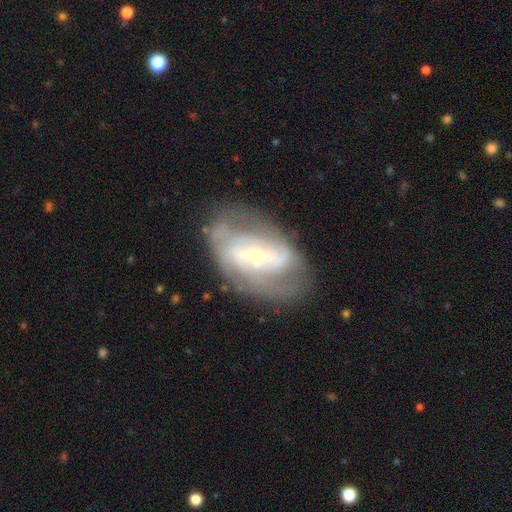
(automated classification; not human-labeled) smooth_or_featured: featured or disk (p=0.80) [alt: smooth p=0.13]
disk_edge_on: no (p=0.95) [alt: yes p=0.05]
bar: strong (p=0.43) [alt: weak p=0.34]
has_spiral_arms: yes (p=0.81) [alt: no p=0.19]
spiral_winding: medium (p=0.41) [alt: tight p=0.35]
spiral_arm_count: 2 (p=0.56) [alt: can't tell p=0.26]
bulge_size: small (p=0.72) [alt: moderate p=0.23]
merging: none (p=0.65) [alt: minor disturbance p=0.20]